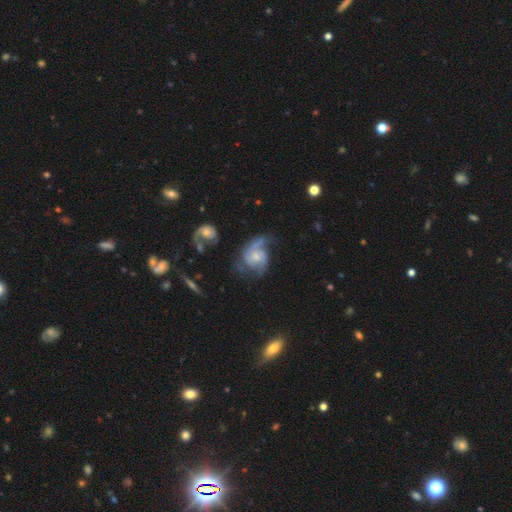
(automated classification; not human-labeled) Q: Smooth or featured?
A: featured or disk (80%); runner-up: smooth (14%)
Q: Edge-on disk?
A: no (98%); runner-up: yes (2%)
Q: Bar?
A: no (65%); runner-up: weak (30%)
Q: Spiral arms?
A: yes (92%); runner-up: no (8%)
Q: Spiral winding?
A: medium (46%); runner-up: loose (28%)
Q: Spiral arm count?
A: 2 (53%); runner-up: 1 (16%)
Q: Bulge size?
A: small (48%); runner-up: moderate (40%)
Q: Merging?
A: none (38%); runner-up: major disturbance (31%)